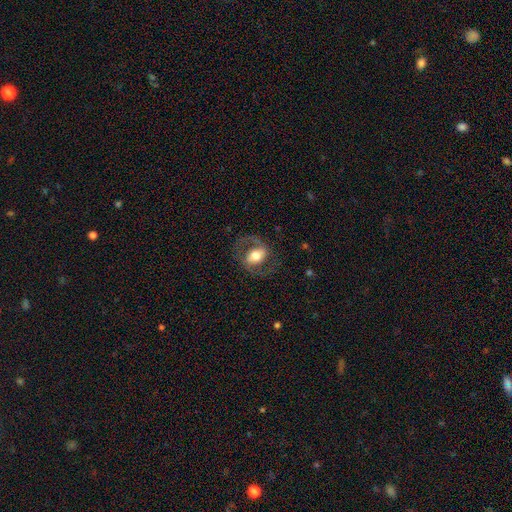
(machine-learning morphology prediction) Overall: featured or disk (70%). Edge-on disk: no (96%). Bar: weak (37%; no 36%). Spiral arms: yes (85%). Spiral arm count: 2 (88%). Spiral winding: medium (55%; loose 28%). Bulge size: moderate (56%; large 32%). Merging: none (73%).